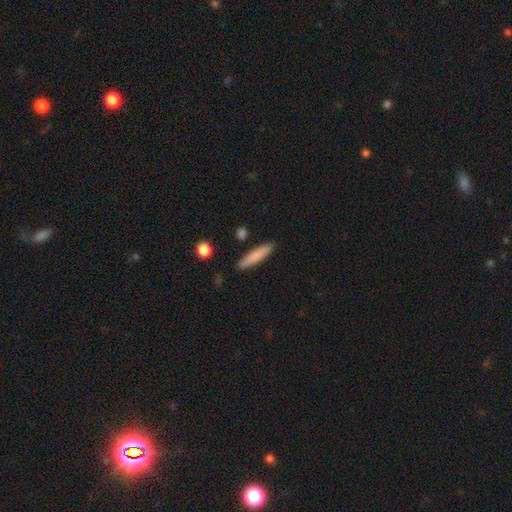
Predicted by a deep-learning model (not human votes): This appears to be a smooth galaxy with no disk features (79%) that is cigar-shaped (88%). Merging: none (88%).